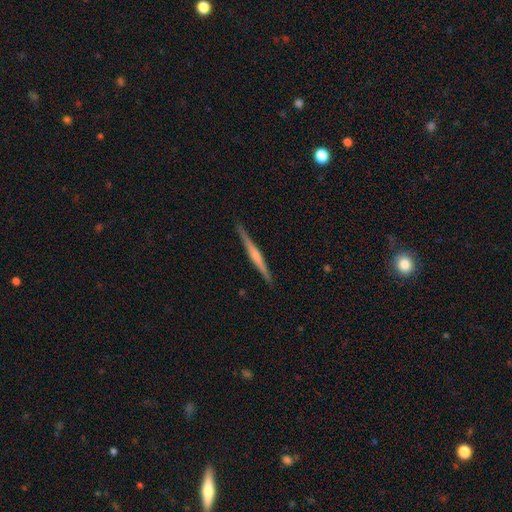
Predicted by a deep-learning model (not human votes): Q: Smooth or featured?
A: featured or disk (63%); runner-up: smooth (31%)
Q: Edge-on disk?
A: yes (98%); runner-up: no (2%)
Q: Edge-on bulge?
A: rounded (41%); runner-up: none (38%)
Q: Merging?
A: none (91%); runner-up: minor disturbance (7%)